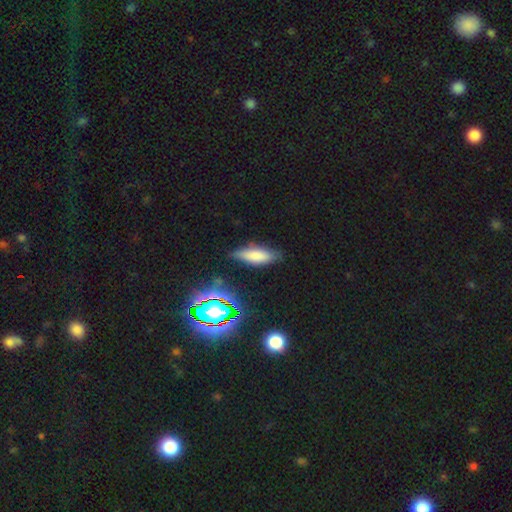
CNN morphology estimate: smooth-or-featured: smooth: 70% | featured or disk: 17% | star or artifact: 13%
  how-rounded: in between: 53% | cigar-shaped: 44% | round: 2%
  merging: none: 77% | minor disturbance: 17% | major disturbance: 4% | merger: 2%